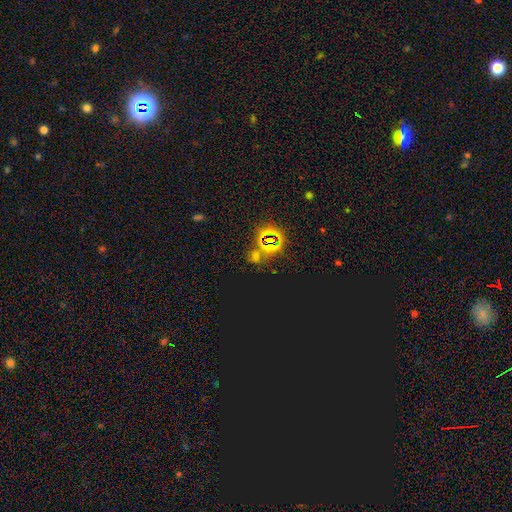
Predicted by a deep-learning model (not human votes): Q: Smooth or featured?
A: star or artifact (75%); runner-up: smooth (18%)